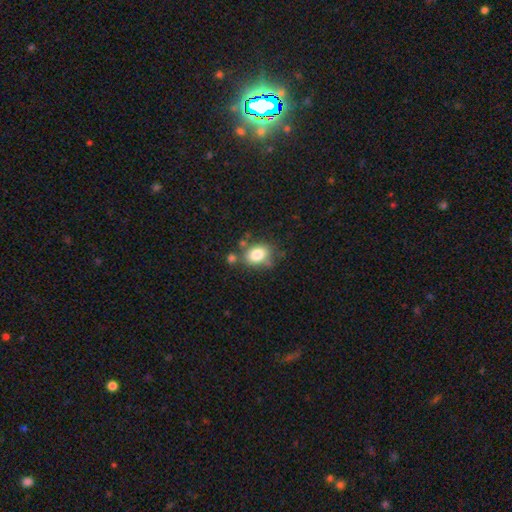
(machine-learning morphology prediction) This appears to be a smooth galaxy with no disk features (82%) that is in between round and cigar-shaped (70%). Merging: none (65%).